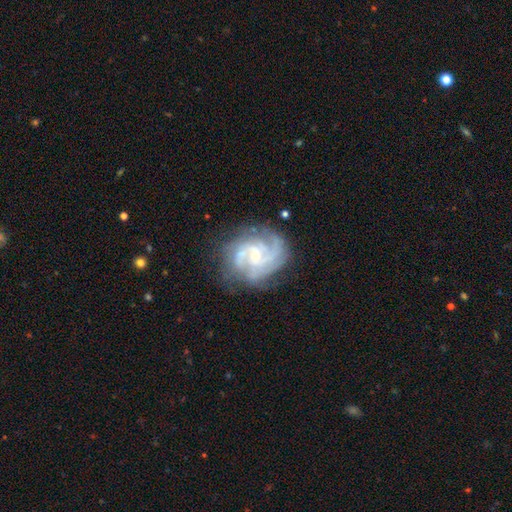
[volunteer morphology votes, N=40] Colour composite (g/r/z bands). It shows a featured or disk galaxy (90%) with no bar (75%), 3 (33%) tight (50%) spiral arms (100%) and a small central bulge (72%). Merging: none (74%).